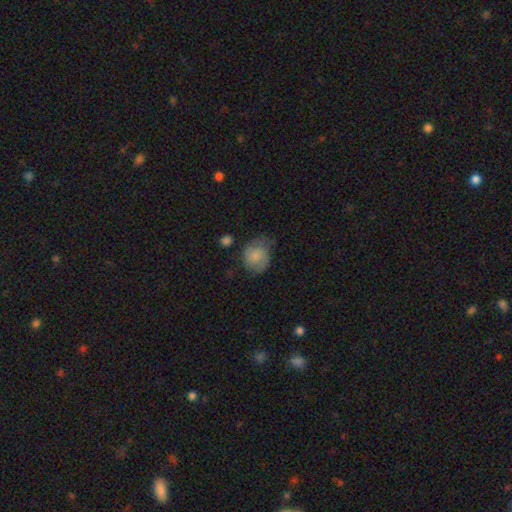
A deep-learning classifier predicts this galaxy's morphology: Smooth or featured: smooth — 67% (featured or disk — 25%)
How rounded: round — 62% (in between — 37%)
Merging: none — 47% (minor disturbance — 34%)